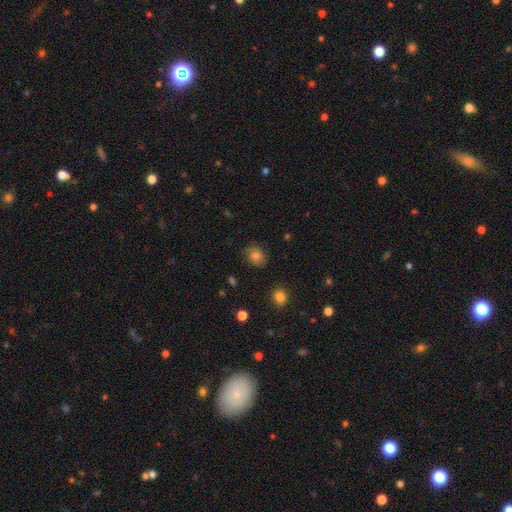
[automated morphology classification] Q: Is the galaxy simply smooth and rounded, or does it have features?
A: smooth — 81%.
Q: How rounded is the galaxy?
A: round — 60%.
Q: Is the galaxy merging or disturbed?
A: none — 81%.